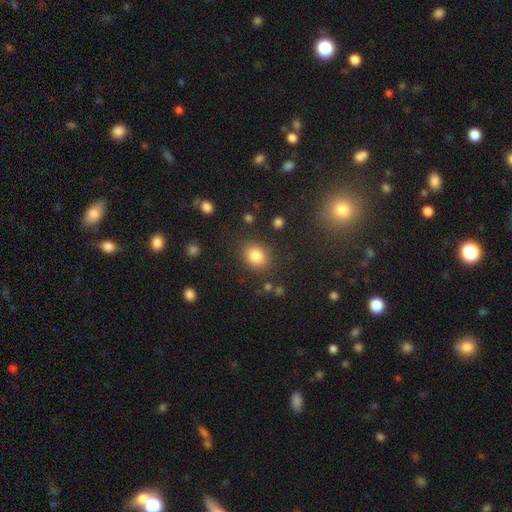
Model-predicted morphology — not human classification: Overall: smooth (82%). How rounded: round (51%; in between 48%). Merging: none (82%).